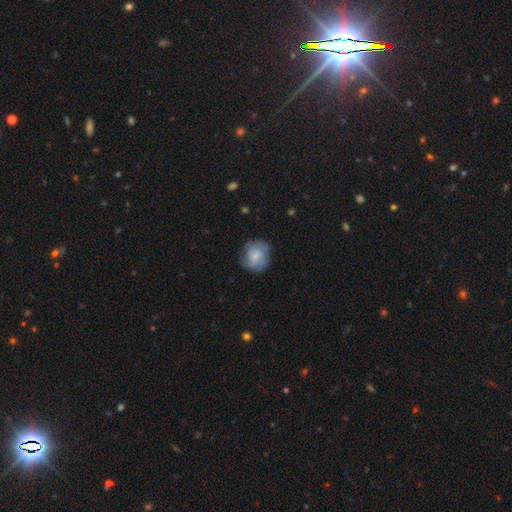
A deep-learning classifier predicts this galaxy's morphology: Smooth or featured: featured or disk — 49% (smooth — 44%)
Merging: none — 68% (minor disturbance — 22%)